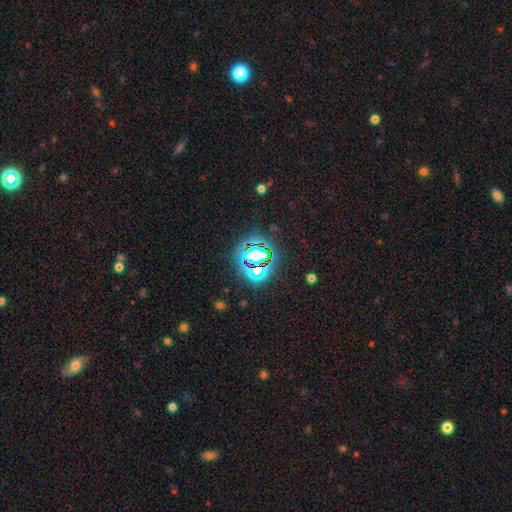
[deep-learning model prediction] star or artifact 75%, smooth 15%, featured or disk 10%.